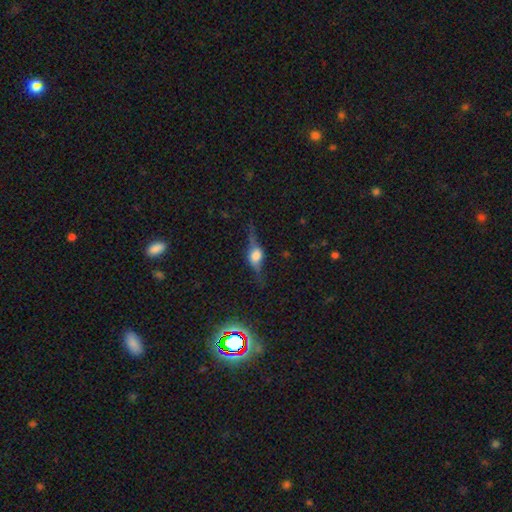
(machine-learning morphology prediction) This is likely a featured or disk galaxy (71%). It is clearly viewed edge-on (93%). Edge-on bulge: clearly rounded (91%). Merging: likely none (75%).